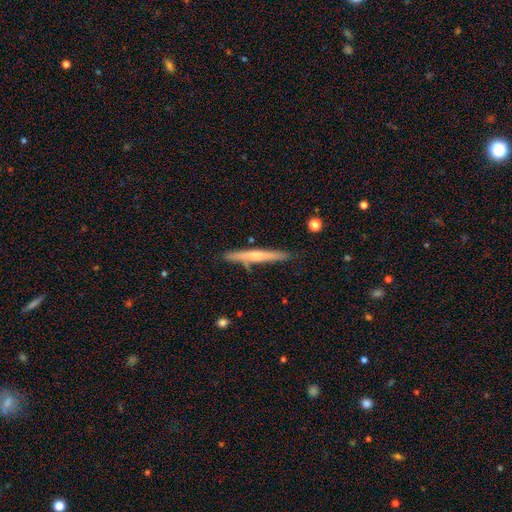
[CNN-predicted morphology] A featured or disk galaxy (47%, tied with smooth).

Vote fractions:
- Smooth or featured? featured or disk: 47% (tied) / smooth: 47% (tied) / star or artifact: 5%
- Merging? none: 84% / minor disturbance: 11% / merger: 3% / major disturbance: 2%